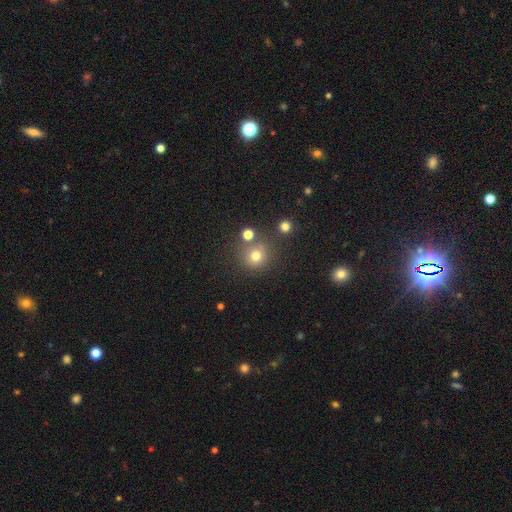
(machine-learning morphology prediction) Q: Smooth or featured?
A: smooth (74%); runner-up: star or artifact (18%)
Q: How rounded?
A: round (90%); runner-up: in between (9%)
Q: Merging?
A: none (73%); runner-up: merger (13%)